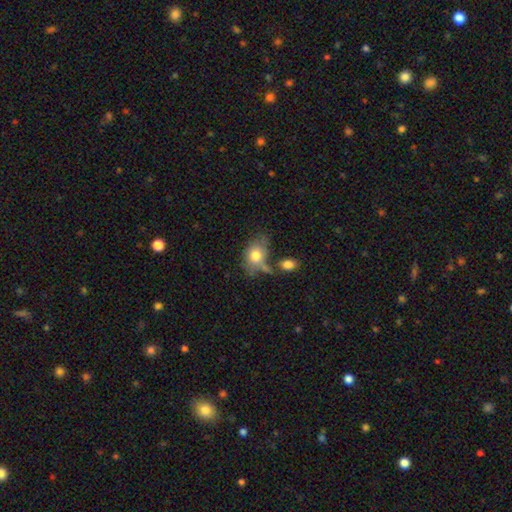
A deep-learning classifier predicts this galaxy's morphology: smooth-or-featured: smooth: 76% | featured or disk: 16% | star or artifact: 9%
  how-rounded: in between: 70% | round: 29% | cigar-shaped: 2%
  merging: none: 44% | merger: 24% | minor disturbance: 22% | major disturbance: 11%